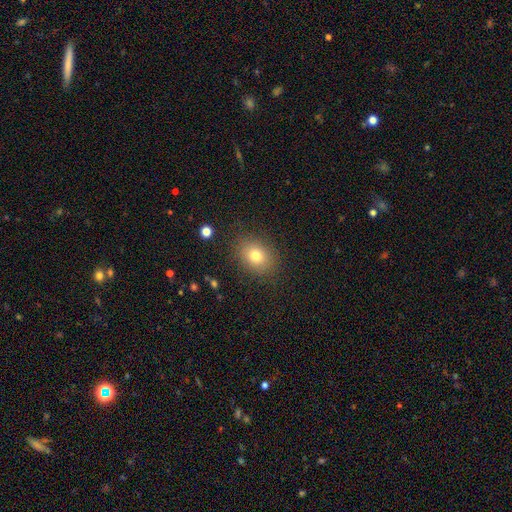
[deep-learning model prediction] A smooth galaxy with no disk features (78%) that is in between round and cigar-shaped (57%). Merging: none (85%).